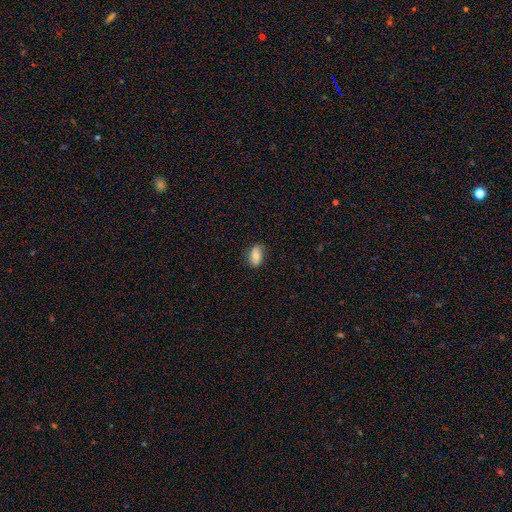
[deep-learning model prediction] A smooth galaxy with no disk features (73%) that is in between round and cigar-shaped (90%).

Vote fractions:
- Smooth or featured? smooth: 73% / featured or disk: 20% / star or artifact: 7%
- How rounded? in between: 90% / round: 7% / cigar-shaped: 3%
- Merging? none: 82% / minor disturbance: 15% / major disturbance: 3% / merger: 1%